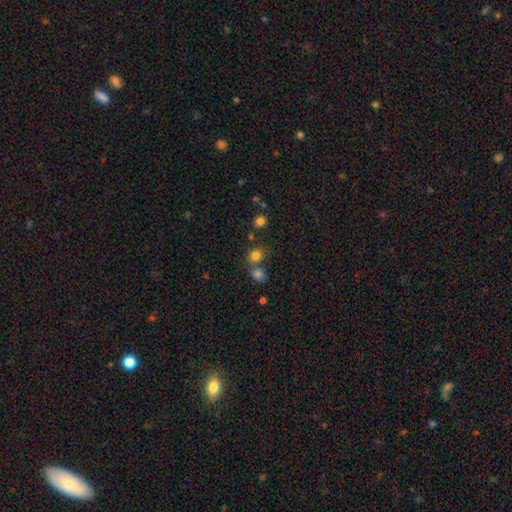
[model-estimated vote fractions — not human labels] Q: Smooth or featured?
A: smooth (79%); runner-up: star or artifact (15%)
Q: How rounded?
A: round (71%); runner-up: in between (28%)
Q: Merging?
A: none (60%); runner-up: merger (27%)